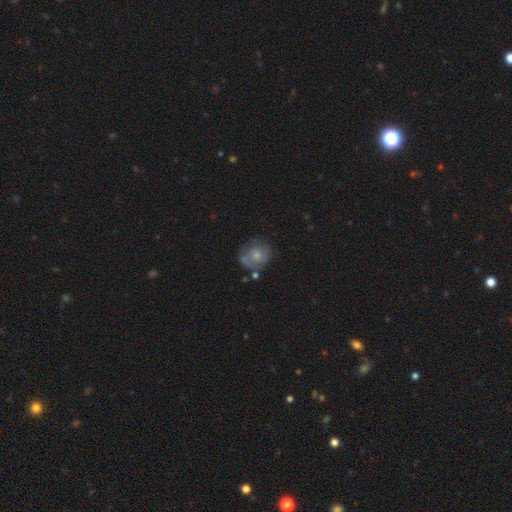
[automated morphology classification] Smooth or featured? Predicted: smooth (p=0.50). How rounded? Predicted: round (p=0.71). Merging? Predicted: none (p=0.52).